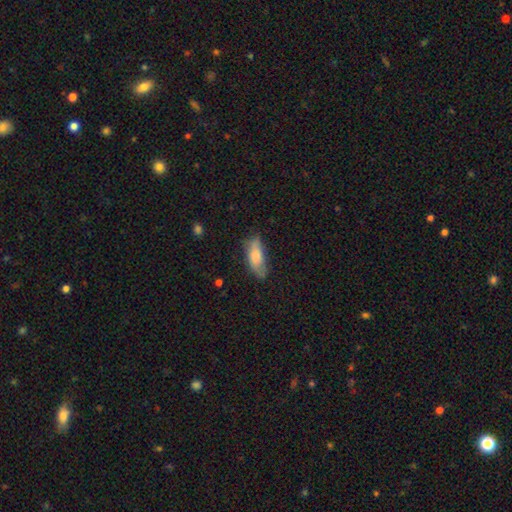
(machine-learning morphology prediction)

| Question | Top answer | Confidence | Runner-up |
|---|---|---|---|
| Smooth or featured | smooth | 73% | featured or disk (20%) |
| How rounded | in between | 78% | cigar-shaped (20%) |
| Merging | none | 60% | minor disturbance (28%) |